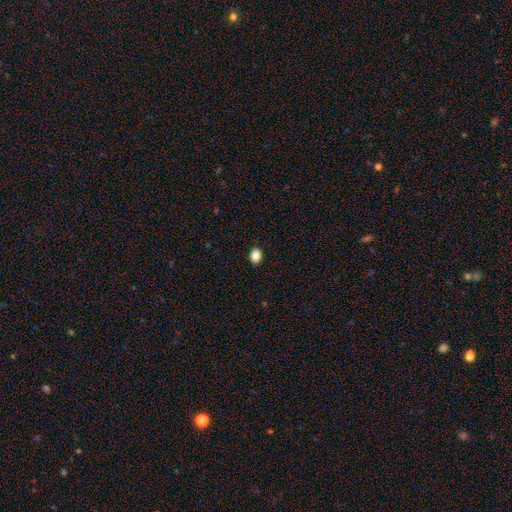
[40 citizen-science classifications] smooth_or_featured: smooth (p=0.85) [alt: star or artifact p=0.12]
how_rounded: in between (p=0.56) [alt: round p=0.44]
merging: none (p=0.91) [alt: minor disturbance p=0.06]